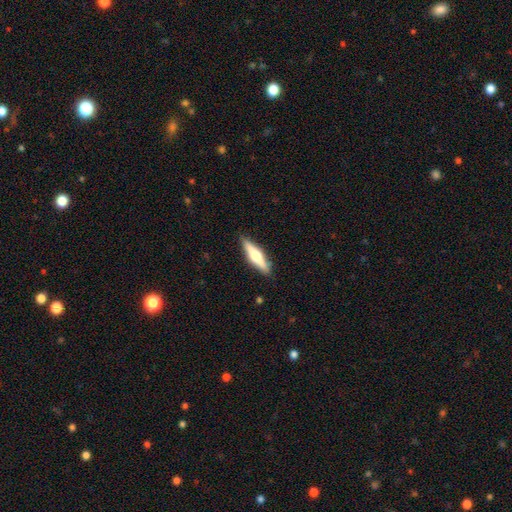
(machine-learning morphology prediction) Smooth or featured?
  - featured or disk: 58% *
  - smooth: 37%
  - star or artifact: 5%
Edge-on disk?
  - yes: 96% *
  - no: 4%
Edge-on bulge?
  - rounded: 92% *
  - boxy: 5%
  - none: 3%
Merging?
  - none: 89% *
  - minor disturbance: 8%
  - major disturbance: 2%
  - merger: 1%